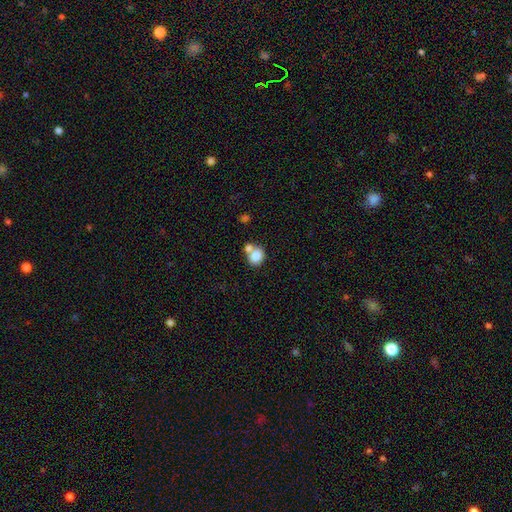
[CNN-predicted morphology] smooth_or_featured: smooth (p=0.82) [alt: featured or disk p=0.09]
how_rounded: round (p=0.65) [alt: in between p=0.34]
merging: none (p=0.44) [alt: merger p=0.43]